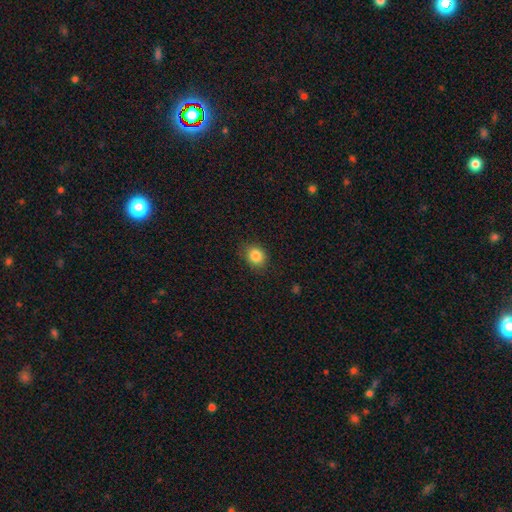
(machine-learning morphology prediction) smooth_or_featured: smooth (p=0.85) [alt: star or artifact p=0.10]
how_rounded: round (p=0.63) [alt: in between p=0.36]
merging: none (p=0.83) [alt: minor disturbance p=0.13]